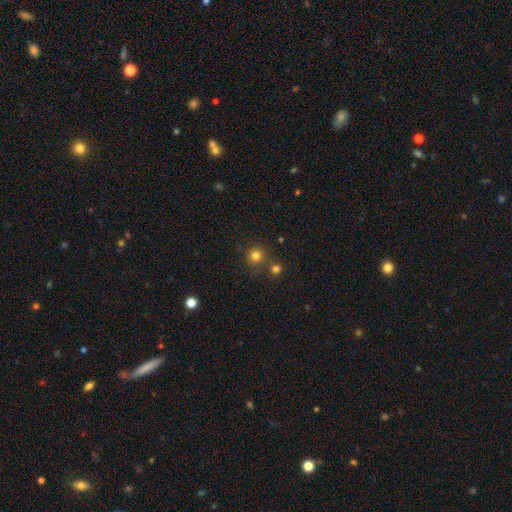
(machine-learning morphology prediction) This is likely a smooth galaxy (78%). How rounded: clearly round (93%). Merging: likely none (73%).